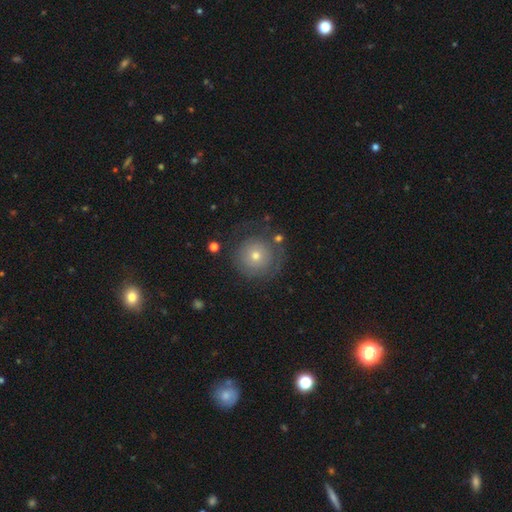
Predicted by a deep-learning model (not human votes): The model was most divided on "smooth or featured": smooth: 52%, featured or disk: 36%, star or artifact: 12%. More confident: how rounded — round (95%); merging — none (73%).